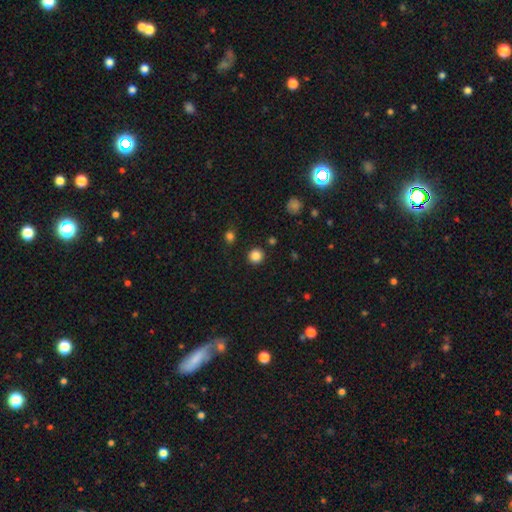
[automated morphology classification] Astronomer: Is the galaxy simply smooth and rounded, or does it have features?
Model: smooth — 85%.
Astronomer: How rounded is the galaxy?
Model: round — 93%.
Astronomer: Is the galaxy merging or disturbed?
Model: none — 91%.